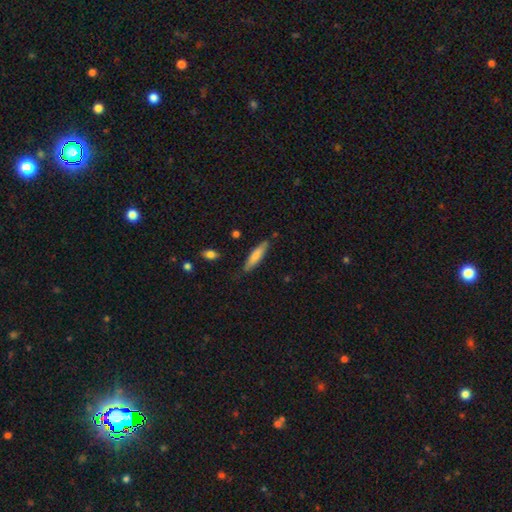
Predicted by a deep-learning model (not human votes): Overall: smooth (77%). How rounded: cigar-shaped (78%). Merging: none (78%).